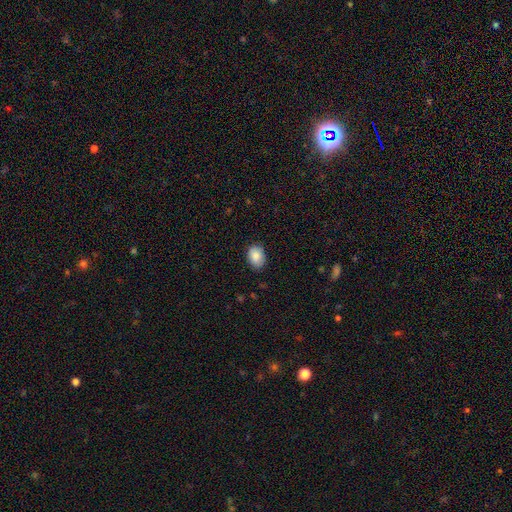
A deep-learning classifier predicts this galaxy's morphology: Overall: smooth (88%). How rounded: in between (76%). Merging: none (85%).